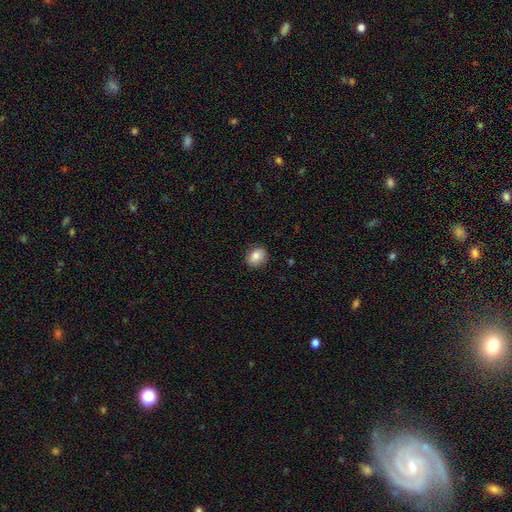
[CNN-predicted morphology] A smooth galaxy with no disk features (84%) that is in between round and cigar-shaped (50%). Merging: none (86%).